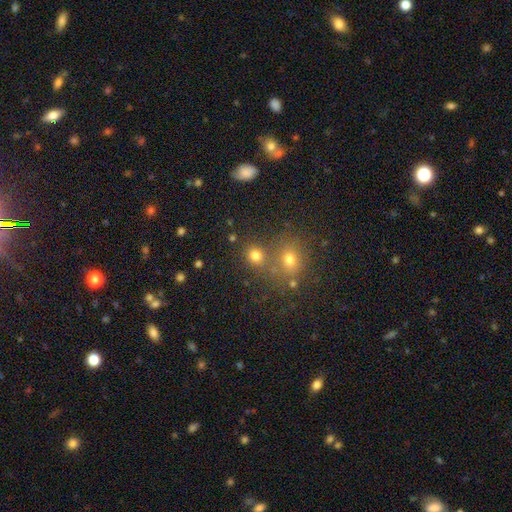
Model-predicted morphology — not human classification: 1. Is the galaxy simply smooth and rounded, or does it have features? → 74% smooth, 18% star or artifact, 8% featured or disk.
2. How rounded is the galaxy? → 78% round, 21% in between, 1% cigar-shaped.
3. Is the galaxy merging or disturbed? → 64% none, 23% merger, 8% minor disturbance, 4% major disturbance.